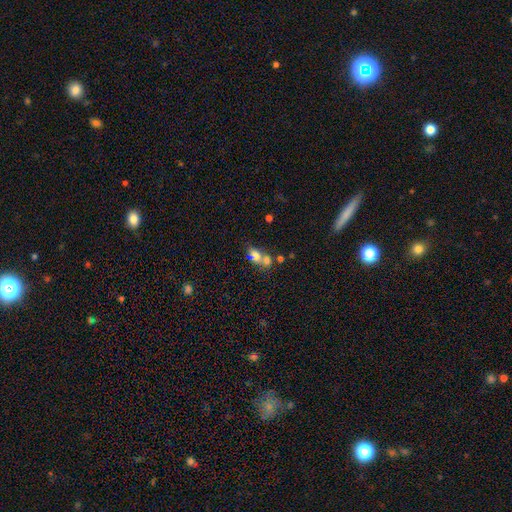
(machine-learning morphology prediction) A smooth galaxy with no disk features (63%) that is in between round and cigar-shaped (63%). Merging: merger (58%).